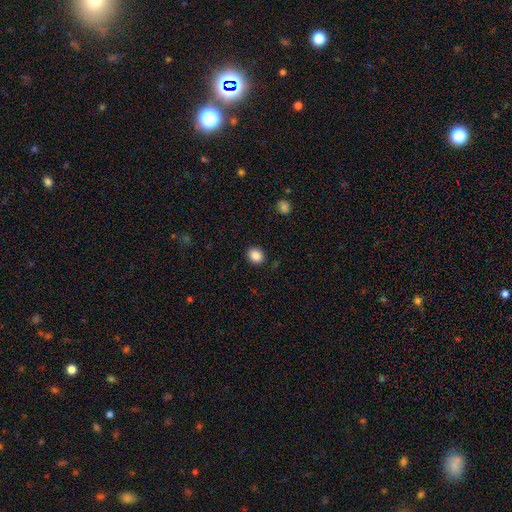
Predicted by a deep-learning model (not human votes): Q: Smooth or featured?
A: smooth (88%); runner-up: star or artifact (9%)
Q: How rounded?
A: round (59%); runner-up: in between (40%)
Q: Merging?
A: none (88%); runner-up: minor disturbance (8%)